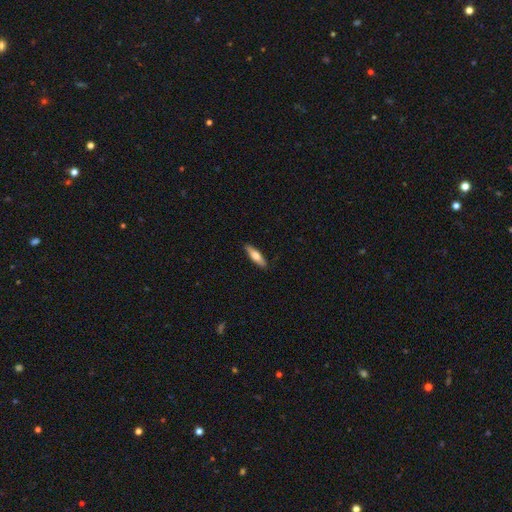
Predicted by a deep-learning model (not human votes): This appears to be a smooth galaxy with no disk features (66%) that is cigar-shaped (64%). Merging: none (89%).